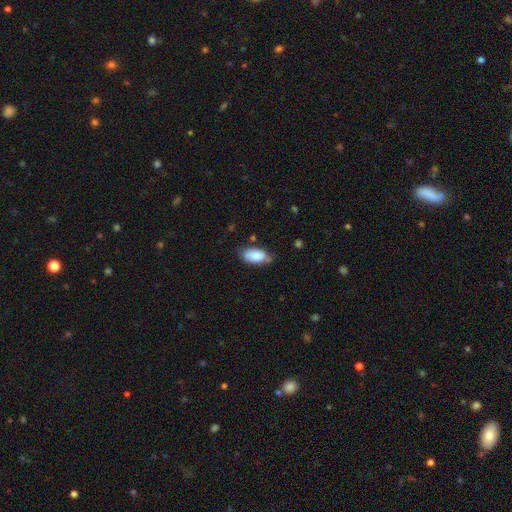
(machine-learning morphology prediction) This is clearly a smooth galaxy (82%). How rounded: clearly in between (93%). Merging: likely none (64%).